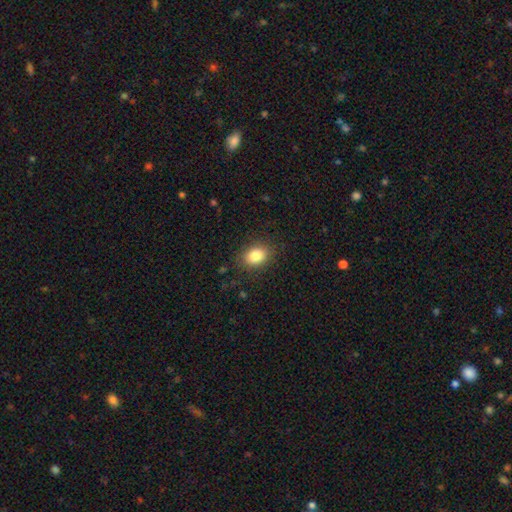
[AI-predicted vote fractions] smooth-or-featured: smooth: 84% | star or artifact: 9% | featured or disk: 7%
  how-rounded: in between: 74% | round: 25% | cigar-shaped: 1%
  merging: none: 86% | minor disturbance: 10% | major disturbance: 3% | merger: 1%